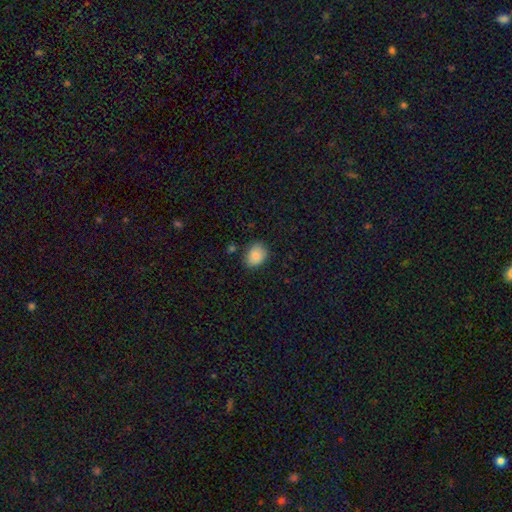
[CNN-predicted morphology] The model was most divided on "how rounded": in between: 57%, round: 43%, cigar-shaped: 1%. More confident: smooth or featured — smooth (86%); merging — none (81%).